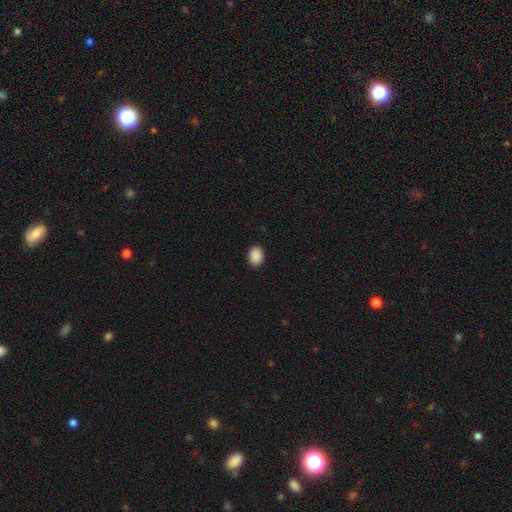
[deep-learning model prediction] A smooth galaxy with no disk features (90%) that is in between round and cigar-shaped (70%).

Vote fractions:
- Smooth or featured? smooth: 90% / star or artifact: 8% / featured or disk: 2%
- How rounded? in between: 70% / round: 29% / cigar-shaped: 1%
- Merging? none: 90% / minor disturbance: 7% / major disturbance: 2% / merger: 1%